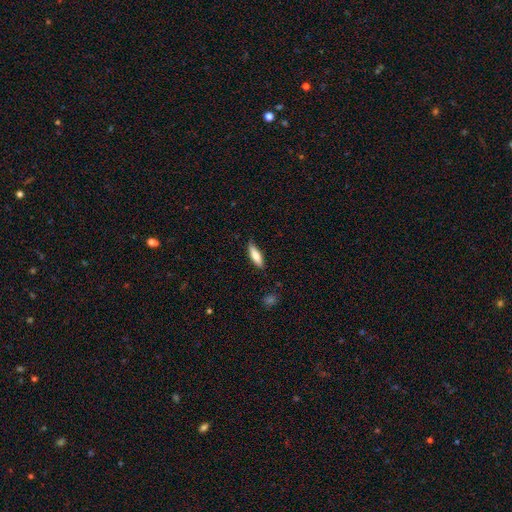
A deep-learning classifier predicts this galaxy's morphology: type=smooth (71%); roundness=cigar-shaped (59%); merging=none (81%).